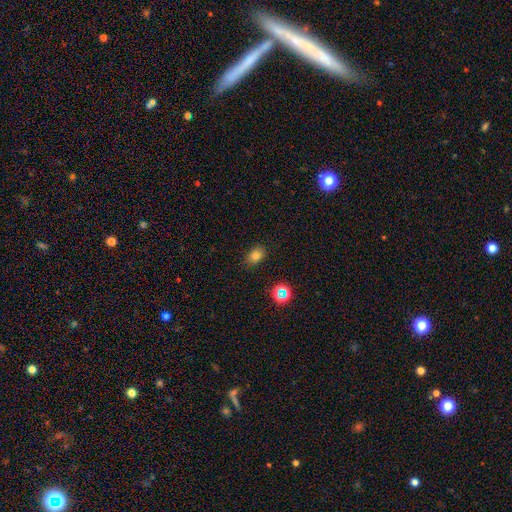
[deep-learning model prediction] A smooth galaxy with no disk features (75%) that is in between round and cigar-shaped (71%).

Vote fractions:
- Smooth or featured? smooth: 75% / star or artifact: 17% / featured or disk: 7%
- How rounded? in between: 71% / round: 28% / cigar-shaped: 1%
- Merging? none: 84% / minor disturbance: 12% / major disturbance: 3% / merger: 2%